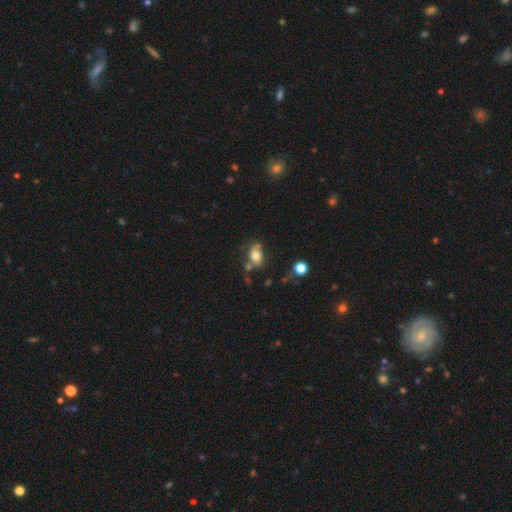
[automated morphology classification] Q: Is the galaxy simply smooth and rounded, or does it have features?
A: smooth — 66%.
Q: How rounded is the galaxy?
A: in between — 79%.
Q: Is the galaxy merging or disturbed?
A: none — 43%.